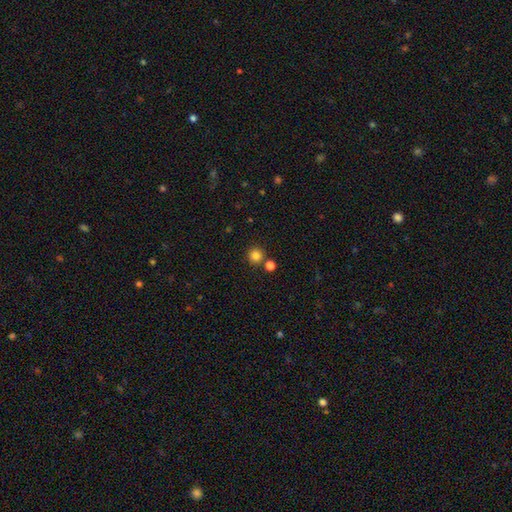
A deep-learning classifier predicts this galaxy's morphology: This is clearly a smooth galaxy (83%). How rounded: clearly round (94%). Merging: clearly none (82%).